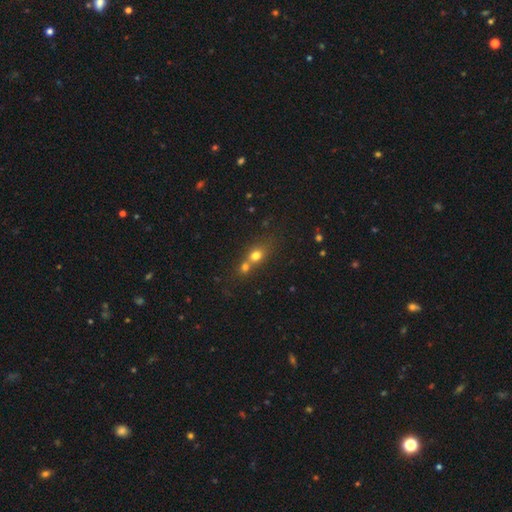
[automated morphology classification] Smooth or featured? smooth (70%)
How rounded? round (59%)
Merging? merger (59%)